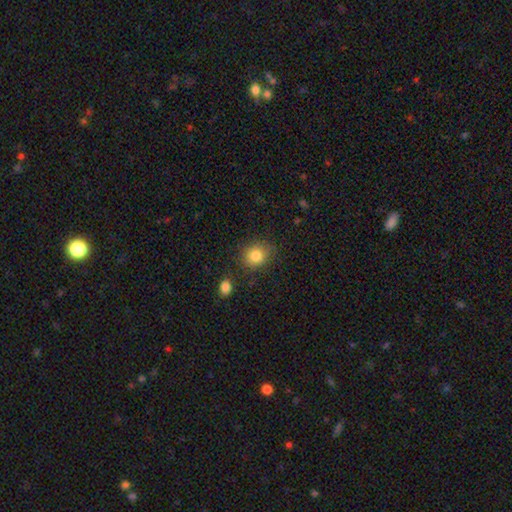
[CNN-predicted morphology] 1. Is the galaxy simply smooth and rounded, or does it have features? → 83% smooth, 10% star or artifact, 7% featured or disk.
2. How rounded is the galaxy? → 74% round, 25% in between, 1% cigar-shaped.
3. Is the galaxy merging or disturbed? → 82% none, 12% minor disturbance, 3% major disturbance, 3% merger.